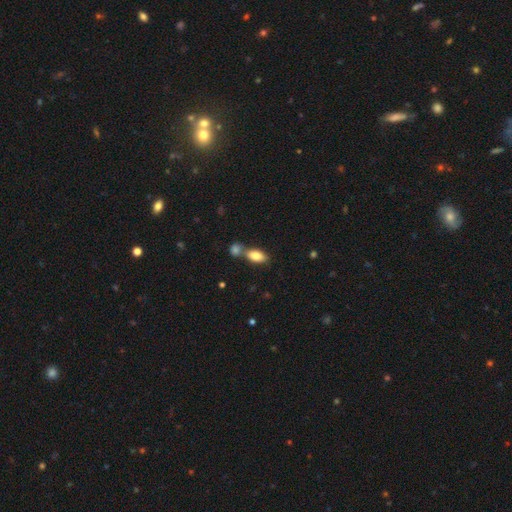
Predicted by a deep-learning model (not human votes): Smooth or featured?
  - smooth: 84% *
  - featured or disk: 9%
  - star or artifact: 7%
How rounded?
  - in between: 89% *
  - cigar-shaped: 6%
  - round: 5%
Merging?
  - none: 48% *
  - merger: 39%
  - minor disturbance: 10%
  - major disturbance: 3%